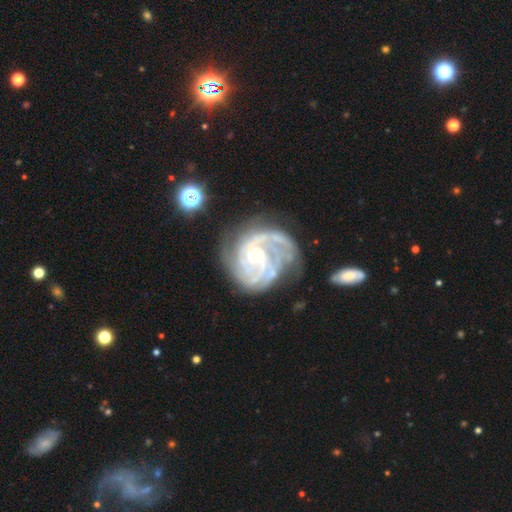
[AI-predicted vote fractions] Q: Smooth or featured?
A: featured or disk (90%); runner-up: star or artifact (5%)
Q: Edge-on disk?
A: no (98%); runner-up: yes (2%)
Q: Bar?
A: no (68%); runner-up: weak (25%)
Q: Spiral arms?
A: yes (97%); runner-up: no (3%)
Q: Spiral winding?
A: tight (66%); runner-up: medium (28%)
Q: Spiral arm count?
A: 3 (31%); runner-up: can't tell (20%)
Q: Bulge size?
A: small (66%); runner-up: moderate (29%)
Q: Merging?
A: none (60%); runner-up: minor disturbance (23%)